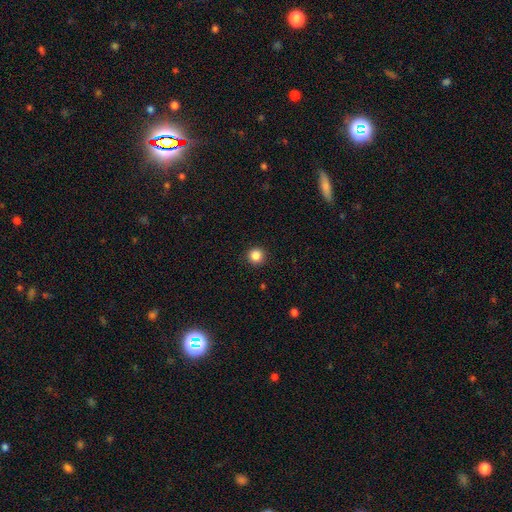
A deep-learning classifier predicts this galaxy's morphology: smooth 85%, star or artifact 11%, featured or disk 4%. Down the decision tree: how rounded — round (96%); merging — none (93%).